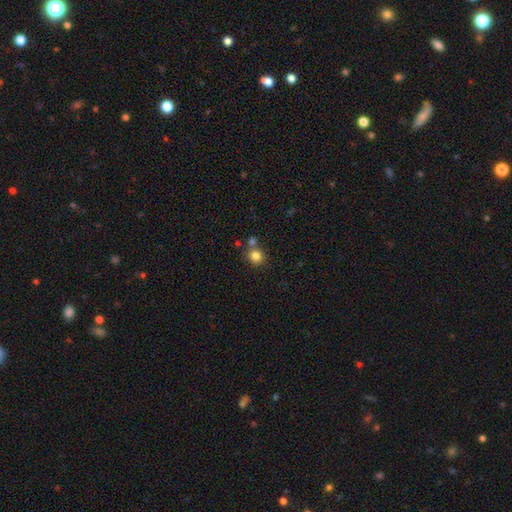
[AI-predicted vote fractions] Smooth or featured? Predicted: smooth (p=0.82). How rounded? Predicted: round (p=0.88). Merging? Predicted: none (p=0.67).